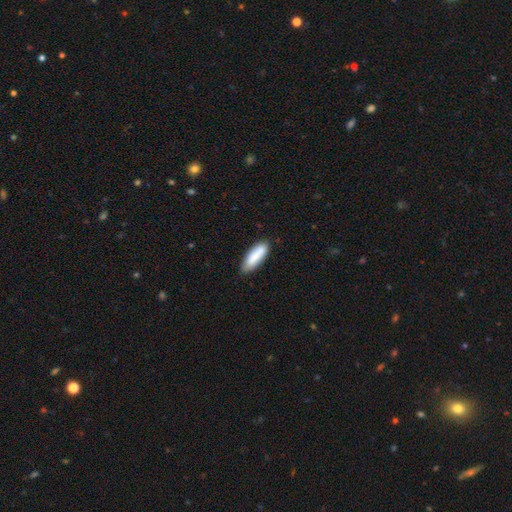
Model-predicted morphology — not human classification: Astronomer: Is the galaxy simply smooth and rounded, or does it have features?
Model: smooth — 85%.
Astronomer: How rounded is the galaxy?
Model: in between — 54% (runner-up: cigar-shaped, 44%).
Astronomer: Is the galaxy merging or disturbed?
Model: none — 80%.